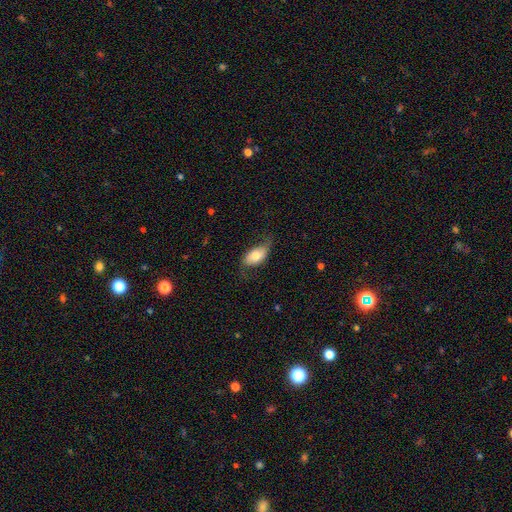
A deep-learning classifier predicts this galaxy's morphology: Q: Smooth or featured?
A: smooth (59%); runner-up: featured or disk (34%)
Q: How rounded?
A: in between (92%); runner-up: round (5%)
Q: Merging?
A: none (61%); runner-up: minor disturbance (26%)